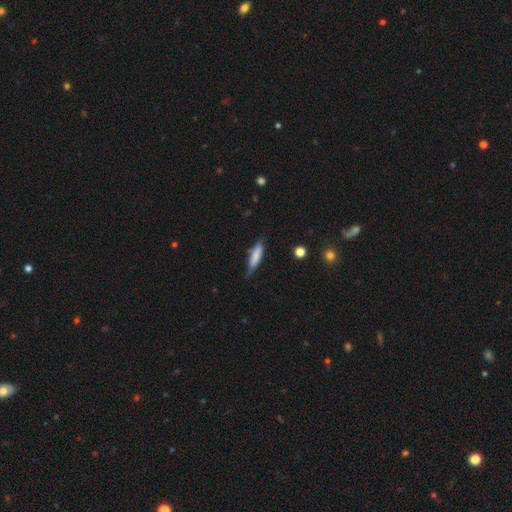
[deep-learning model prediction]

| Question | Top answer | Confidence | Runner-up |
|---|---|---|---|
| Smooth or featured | smooth | 69% | featured or disk (25%) |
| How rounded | cigar-shaped | 68% | in between (30%) |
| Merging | none | 69% | minor disturbance (24%) |